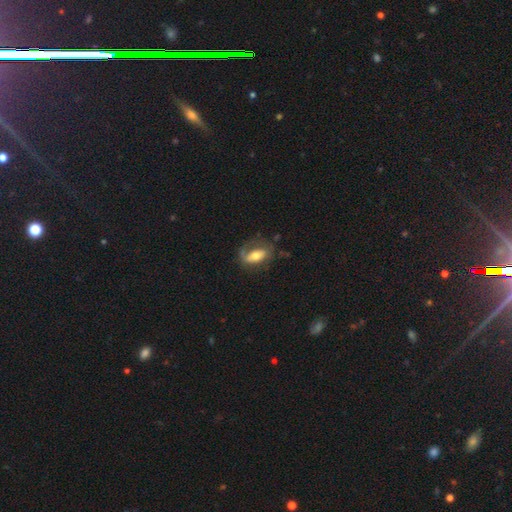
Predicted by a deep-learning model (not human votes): This is possibly a featured or disk galaxy (48%). Merging: possibly none (49%).